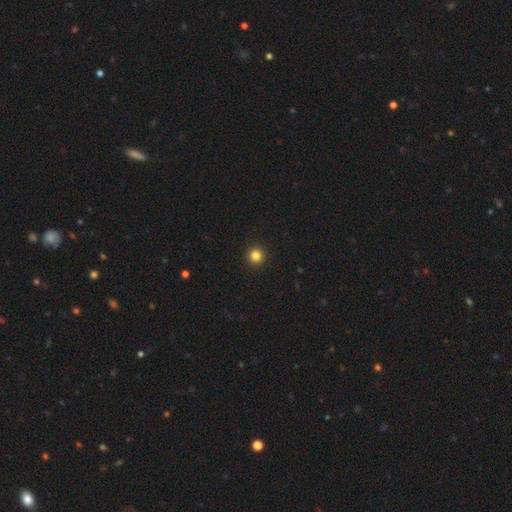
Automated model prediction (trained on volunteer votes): Smooth or featured?
  - smooth: 83% *
  - star or artifact: 12%
  - featured or disk: 4%
How rounded?
  - round: 96% *
  - in between: 3%
  - cigar-shaped: 1%
Merging?
  - none: 94% *
  - minor disturbance: 4%
  - major disturbance: 1%
  - merger: 1%